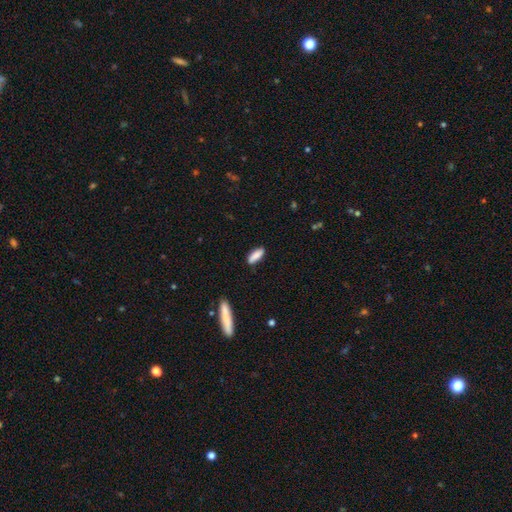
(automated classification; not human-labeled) The model was most divided on "how rounded": in between: 58%, cigar-shaped: 40%, round: 2%. More confident: smooth or featured — smooth (86%); merging — none (84%).